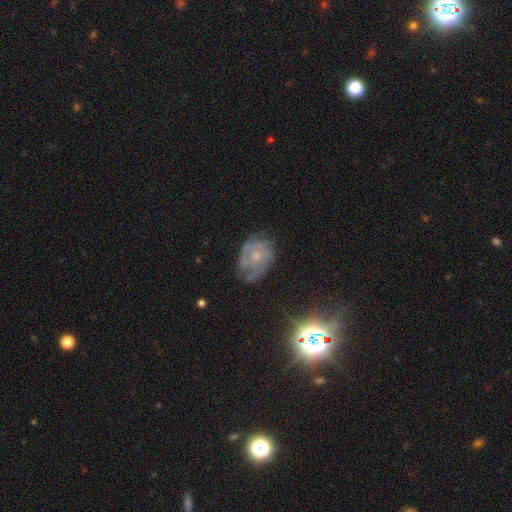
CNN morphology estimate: Overall: featured or disk (61%; smooth 24%). Edge-on disk: no (97%). Bar: no (82%). Spiral arms: yes (66%; no 34%). Bulge size: small (62%; moderate 28%). Merging: none (56%; minor disturbance 27%).